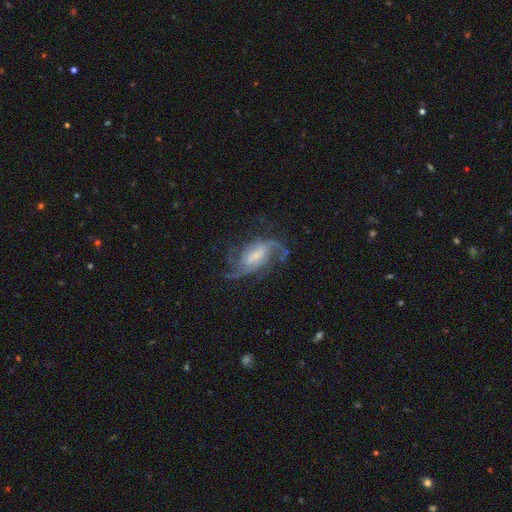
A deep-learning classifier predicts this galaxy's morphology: Smooth or featured? featured or disk (86%)
Edge-on disk? no (96%)
Bar? weak (48%)
Spiral arms? yes (96%)
Spiral winding? medium (49%)
Spiral arm count? 2 (38%)
Bulge size? small (45%)
Merging? none (61%)